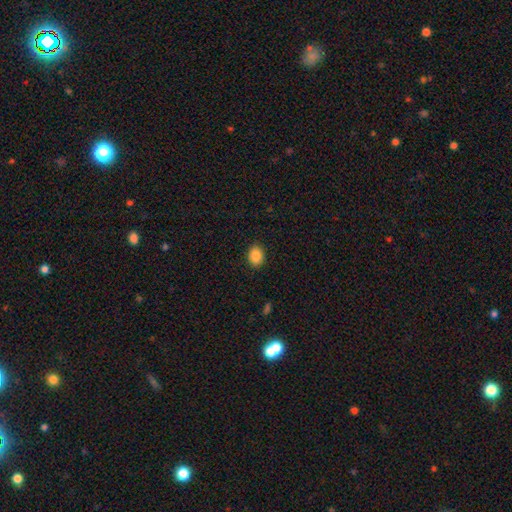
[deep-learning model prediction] smooth 86%, star or artifact 9%, featured or disk 5%. Down the decision tree: how rounded — in between (63%); merging — none (89%).